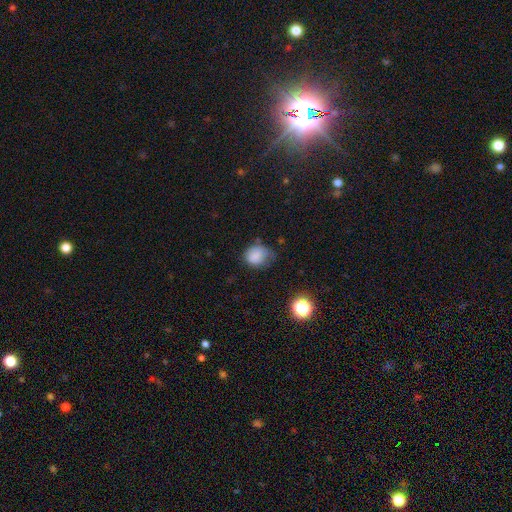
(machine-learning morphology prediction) A smooth galaxy with no disk features (81%) that is round (61%). Merging: none (45%).